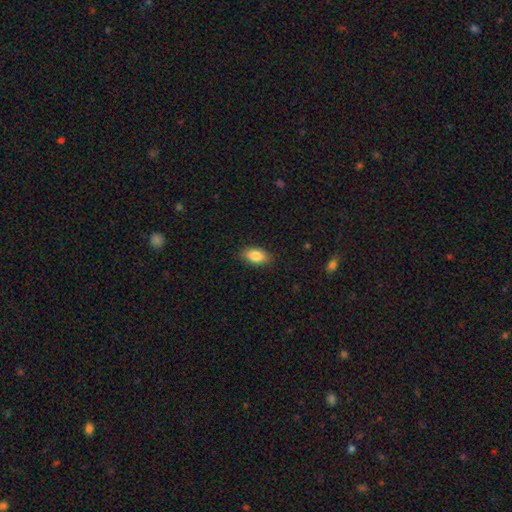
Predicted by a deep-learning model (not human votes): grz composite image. It shows a smooth galaxy with no disk features (86%) that is in between round and cigar-shaped (91%). Merging: none (87%).